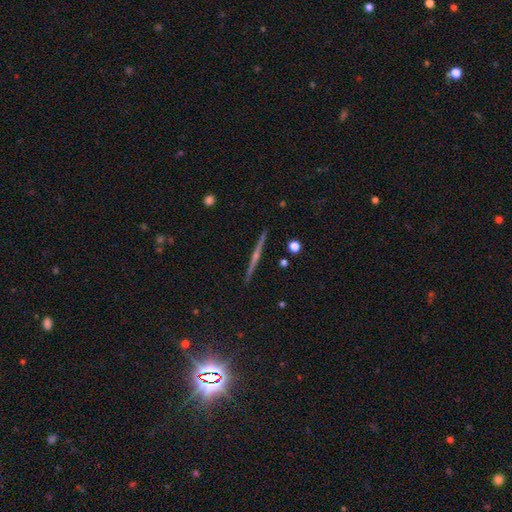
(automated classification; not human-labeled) Morphology: type=featured or disk (78%); edge-on=yes (98%); edge-on bulge=rounded (75%); merging=none (92%).